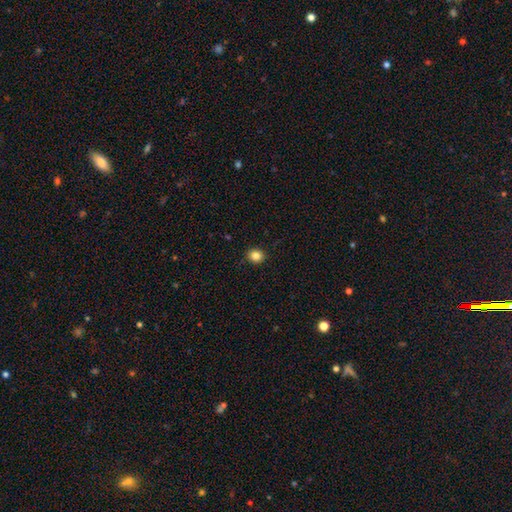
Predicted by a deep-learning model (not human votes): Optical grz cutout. It shows a smooth galaxy with no disk features (84%) that is round (78%). Merging: none (91%).